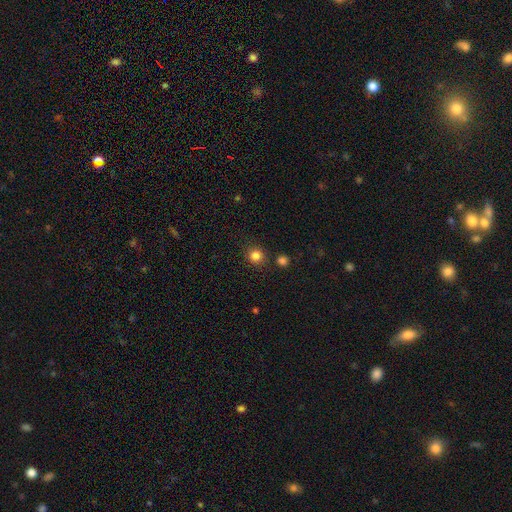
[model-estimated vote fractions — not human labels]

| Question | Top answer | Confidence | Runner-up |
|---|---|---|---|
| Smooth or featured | smooth | 83% | star or artifact (13%) |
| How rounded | round | 91% | in between (8%) |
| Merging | none | 85% | minor disturbance (7%) |